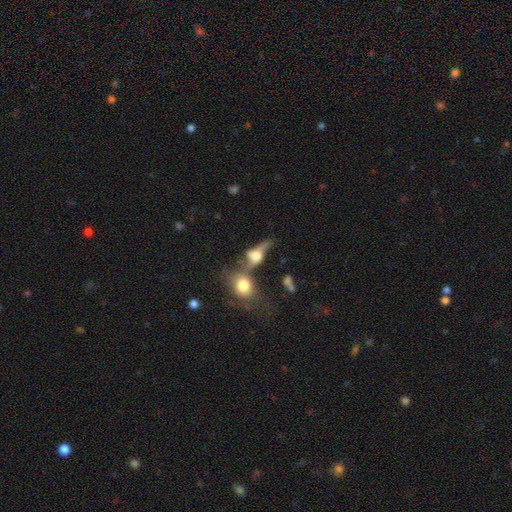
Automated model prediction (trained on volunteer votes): This appears to be a featured or disk galaxy (57%). Merging: merger (39%).